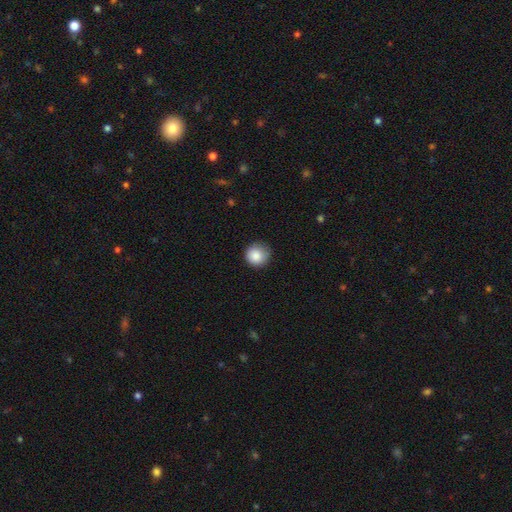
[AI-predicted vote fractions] smooth-or-featured: smooth: 86% | star or artifact: 9% | featured or disk: 5%
  how-rounded: round: 93% | in between: 6% | cigar-shaped: 1%
  merging: none: 80% | minor disturbance: 16% | major disturbance: 3% | merger: 1%